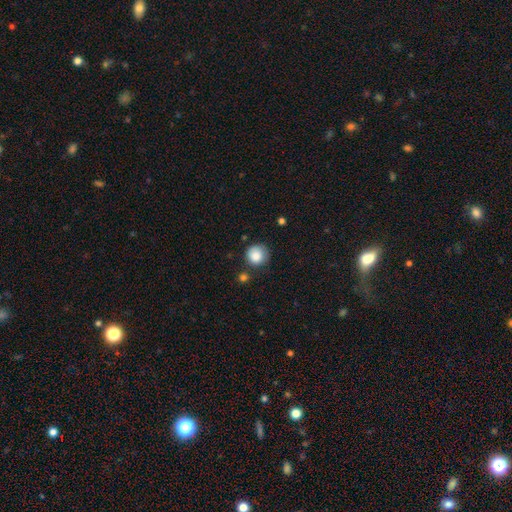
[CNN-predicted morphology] smooth 86%, star or artifact 9%, featured or disk 6%. Down the decision tree: how rounded — round (93%); merging — none (72%).